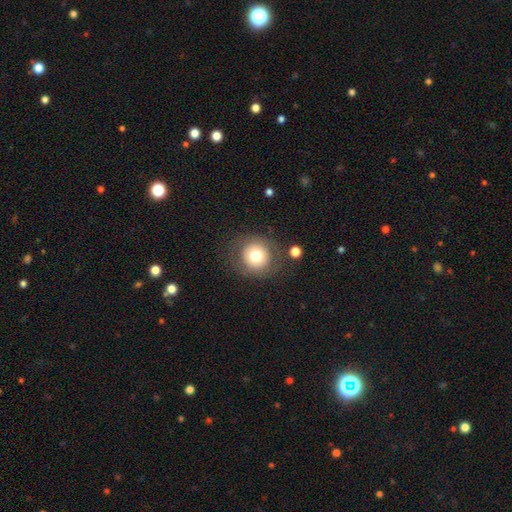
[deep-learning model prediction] smooth_or_featured: smooth (p=0.71) [alt: featured or disk p=0.18]
how_rounded: round (p=0.90) [alt: in between p=0.09]
merging: none (p=0.81) [alt: minor disturbance p=0.10]